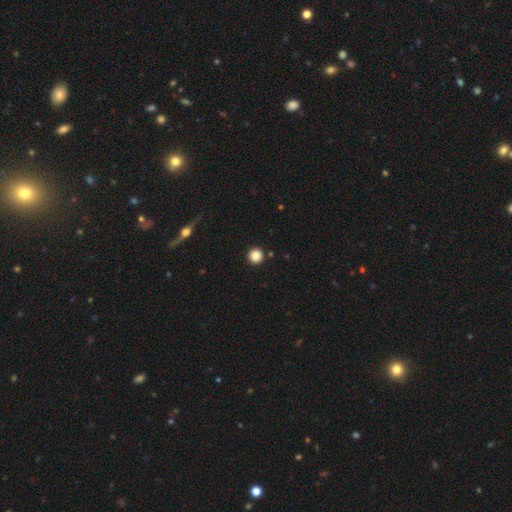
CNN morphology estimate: smooth-or-featured: smooth: 87% | star or artifact: 10% | featured or disk: 3%
  how-rounded: round: 96% | in between: 3% | cigar-shaped: 1%
  merging: none: 92% | minor disturbance: 5% | merger: 2% | major disturbance: 2%